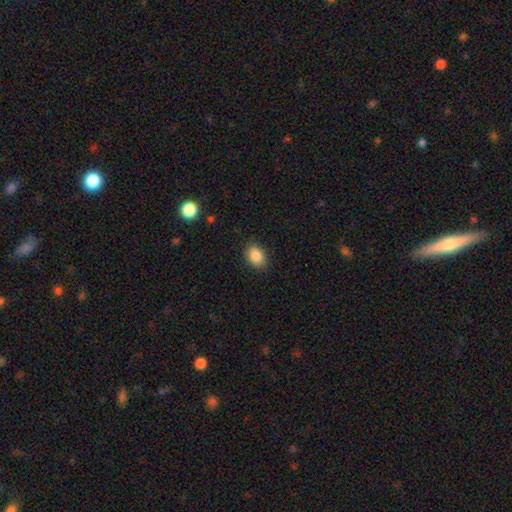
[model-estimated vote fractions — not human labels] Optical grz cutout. It shows a smooth galaxy with no disk features (87%) that is in between round and cigar-shaped (73%). Merging: none (86%).